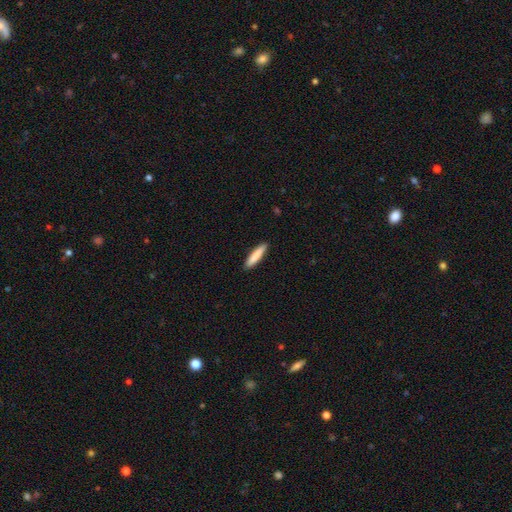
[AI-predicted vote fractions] Overall: smooth (84%). How rounded: cigar-shaped (88%). Merging: none (91%).